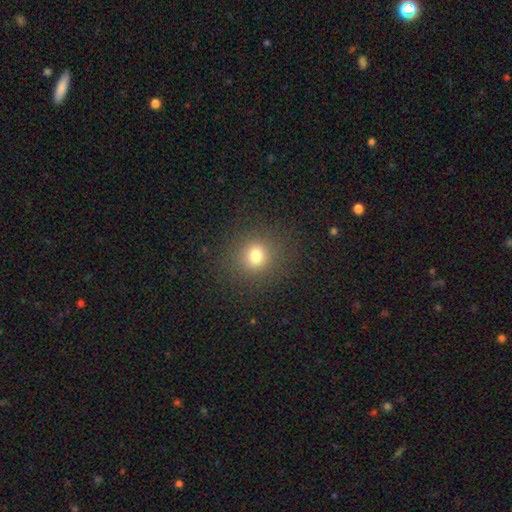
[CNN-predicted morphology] type=smooth (76%); roundness=round (87%); merging=none (88%).